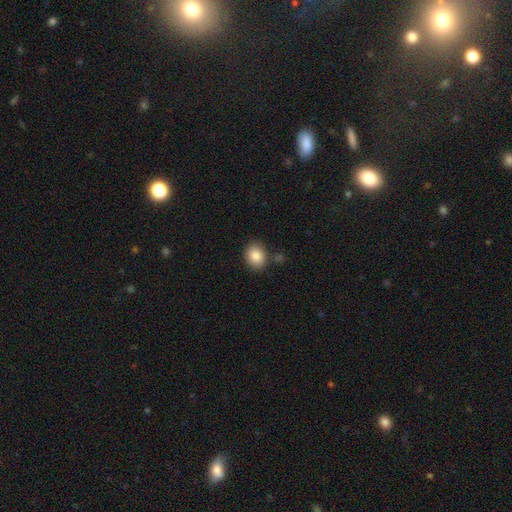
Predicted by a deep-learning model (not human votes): Smooth or featured? Predicted: smooth (p=0.86). How rounded? Predicted: in between (p=0.50). Merging? Predicted: none (p=0.81).